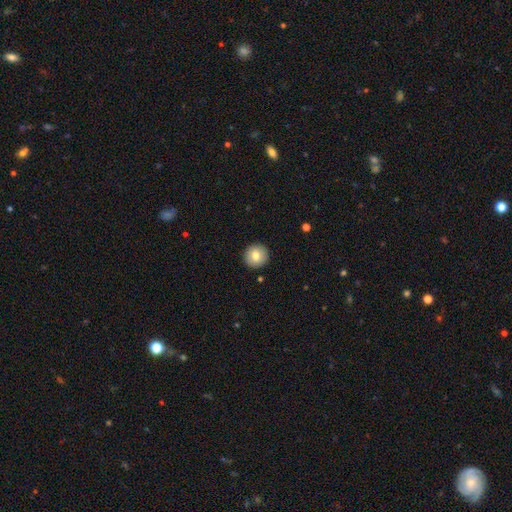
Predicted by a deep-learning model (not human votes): This is clearly a smooth galaxy (81%). How rounded: clearly round (94%). Merging: clearly none (92%).